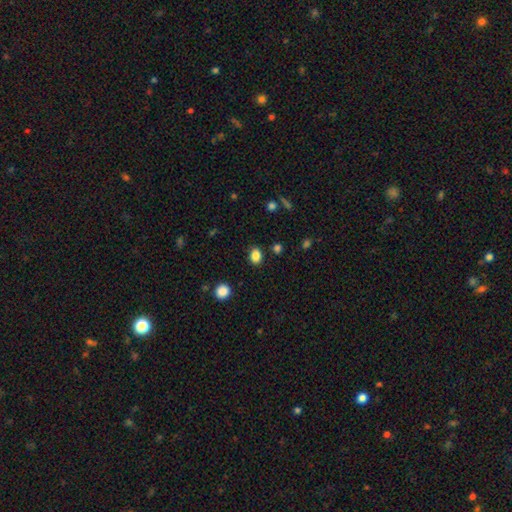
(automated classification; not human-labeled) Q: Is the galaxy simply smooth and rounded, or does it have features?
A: smooth — 85%.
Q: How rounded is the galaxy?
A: in between — 59%.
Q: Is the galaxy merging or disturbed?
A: none — 85%.